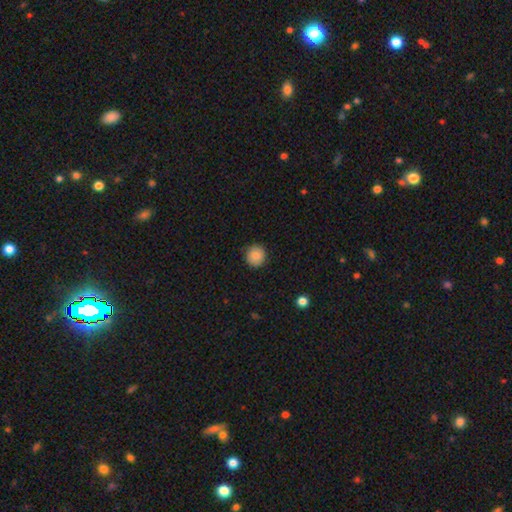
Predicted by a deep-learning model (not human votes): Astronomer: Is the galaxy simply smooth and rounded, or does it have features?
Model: smooth — 88%.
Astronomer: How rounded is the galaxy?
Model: round — 92%.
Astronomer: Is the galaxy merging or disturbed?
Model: none — 90%.